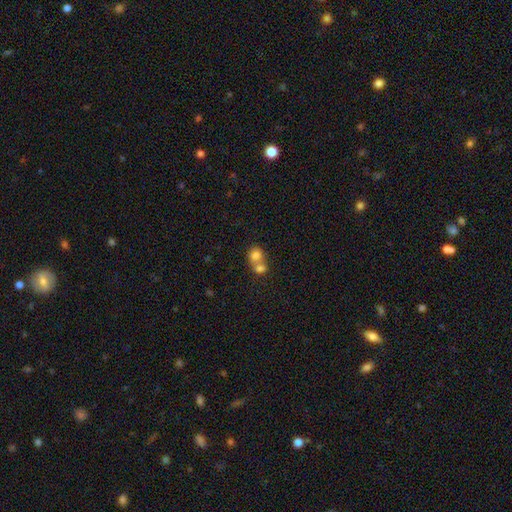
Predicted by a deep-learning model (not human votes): Smooth or featured? Predicted: smooth (p=0.76). How rounded? Predicted: round (p=0.67). Merging? Predicted: merger (p=0.68).